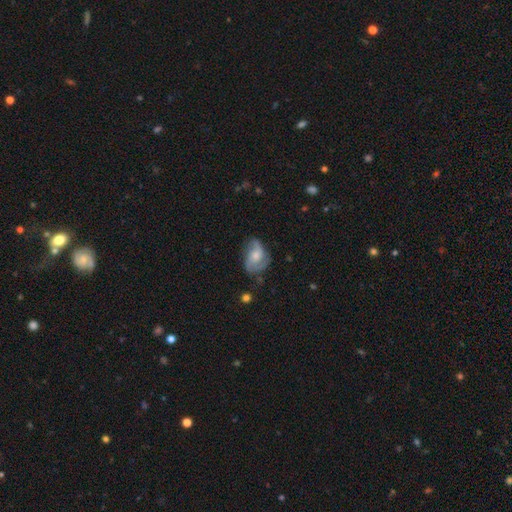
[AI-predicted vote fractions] Morphology: type=featured or disk (62%); edge-on=no (97%); bar=no (67%); spiral arms=yes (87%); winding=medium (46%); arm count=2 (54%); bulge=moderate (47%); merging=none (55%).